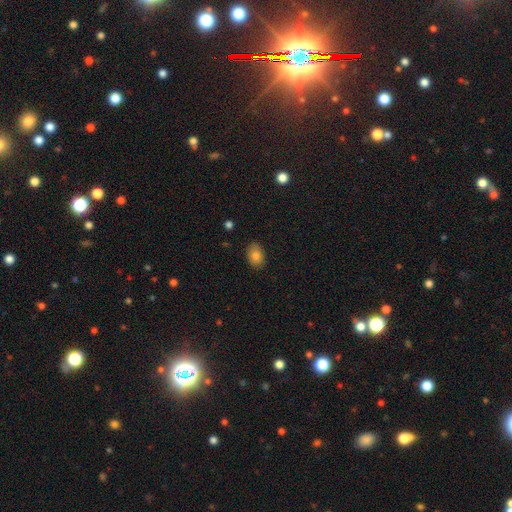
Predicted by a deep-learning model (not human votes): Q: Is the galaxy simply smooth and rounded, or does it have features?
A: smooth — 83%.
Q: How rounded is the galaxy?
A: in between — 84%.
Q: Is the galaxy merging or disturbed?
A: none — 86%.